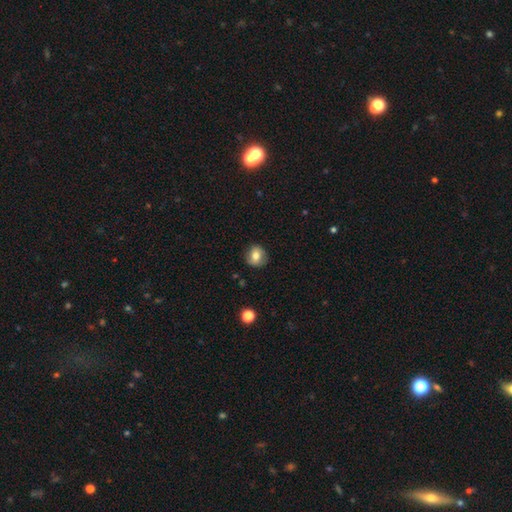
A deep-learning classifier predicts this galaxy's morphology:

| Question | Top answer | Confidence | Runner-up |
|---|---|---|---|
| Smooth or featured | smooth | 72% | featured or disk (19%) |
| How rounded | round | 82% | in between (17%) |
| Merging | none | 85% | minor disturbance (11%) |